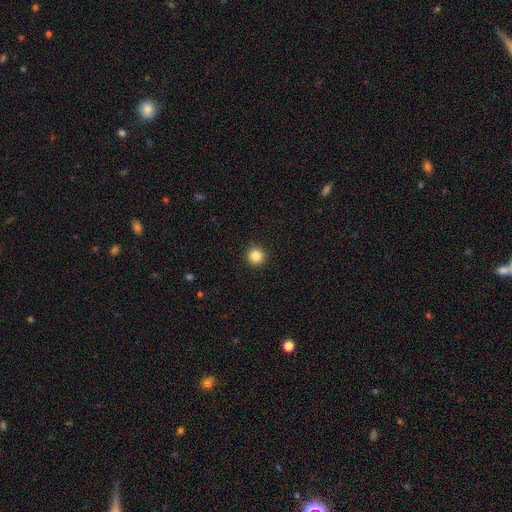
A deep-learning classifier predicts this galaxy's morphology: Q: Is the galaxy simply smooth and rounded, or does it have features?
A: smooth — 86%.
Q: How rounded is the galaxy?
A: round — 96%.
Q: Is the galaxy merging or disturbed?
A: none — 93%.